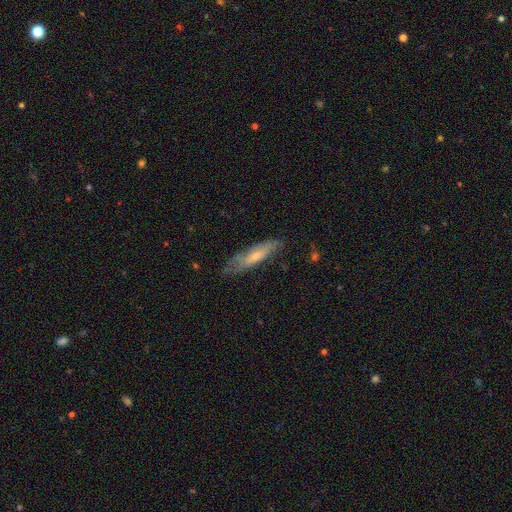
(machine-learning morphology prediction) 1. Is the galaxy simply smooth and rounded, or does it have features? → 47% featured or disk, 46% smooth, 7% star or artifact.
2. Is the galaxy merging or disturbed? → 70% none, 22% minor disturbance, 6% major disturbance, 2% merger.